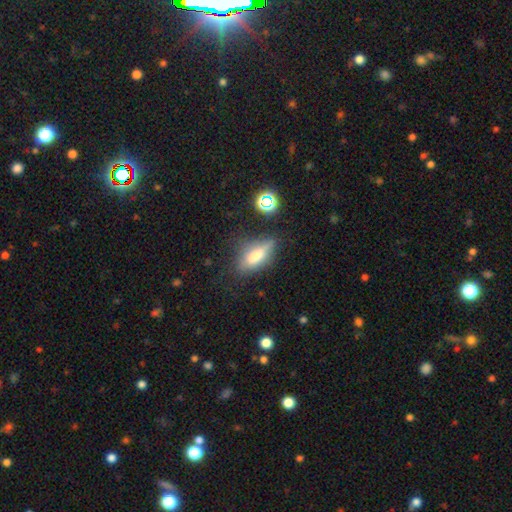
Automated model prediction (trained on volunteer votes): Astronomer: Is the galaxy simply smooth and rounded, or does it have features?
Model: smooth — 57%.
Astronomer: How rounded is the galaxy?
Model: in between — 60% (runner-up: cigar-shaped, 36%).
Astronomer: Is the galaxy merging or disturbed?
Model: none — 63%.